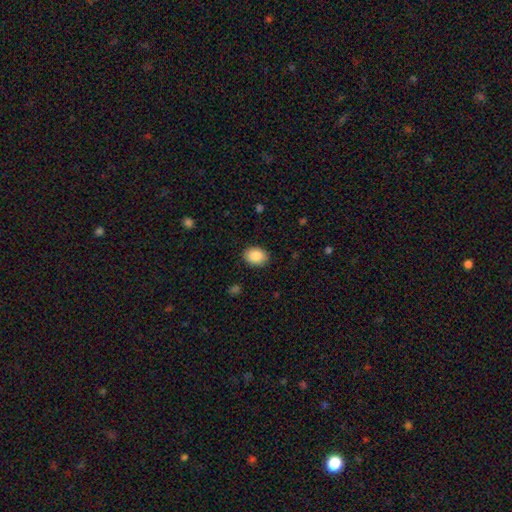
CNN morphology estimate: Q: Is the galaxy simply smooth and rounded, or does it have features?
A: smooth — 88%.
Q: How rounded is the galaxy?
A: in between — 71%.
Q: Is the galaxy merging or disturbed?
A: none — 88%.